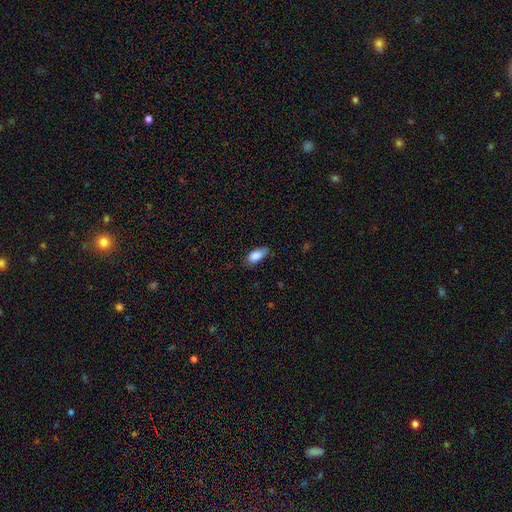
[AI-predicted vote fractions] Smooth or featured? Predicted: smooth (p=0.85). How rounded? Predicted: in between (p=0.90). Merging? Predicted: none (p=0.67).